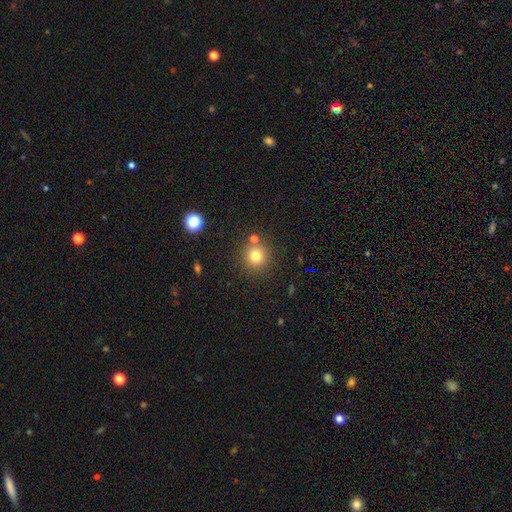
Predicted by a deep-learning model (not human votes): The model was most divided on "smooth or featured": smooth: 78%, star or artifact: 15%, featured or disk: 8%. More confident: how rounded — round (94%); merging — none (80%).